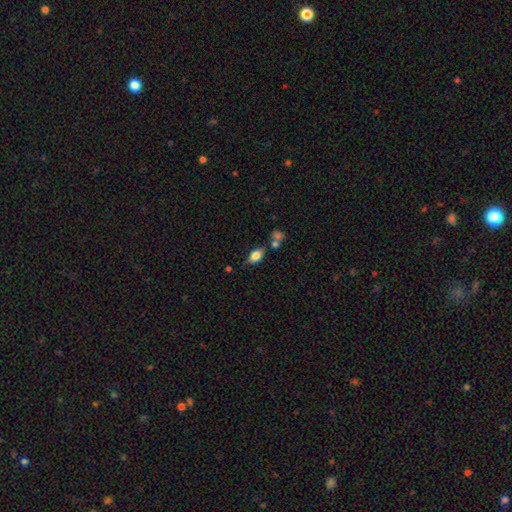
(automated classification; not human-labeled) Smooth or featured?
  - smooth: 74% *
  - featured or disk: 17%
  - star or artifact: 9%
How rounded?
  - in between: 83% *
  - round: 11%
  - cigar-shaped: 7%
Merging?
  - none: 63% *
  - minor disturbance: 19%
  - merger: 12%
  - major disturbance: 6%